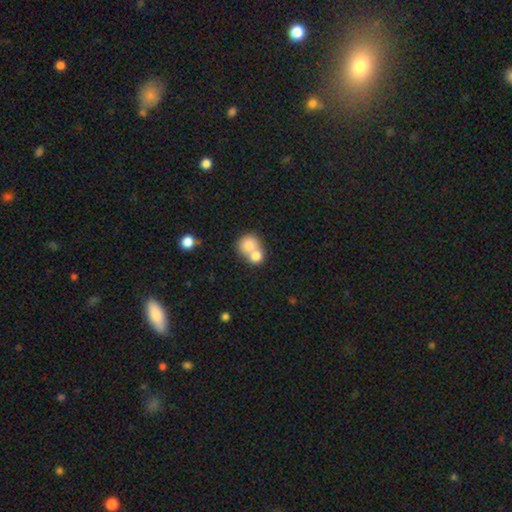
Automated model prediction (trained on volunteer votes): Smooth or featured?
  - smooth: 78% *
  - featured or disk: 13%
  - star or artifact: 9%
How rounded?
  - round: 77% *
  - in between: 22%
  - cigar-shaped: 1%
Merging?
  - merger: 66% *
  - none: 26%
  - minor disturbance: 5%
  - major disturbance: 3%